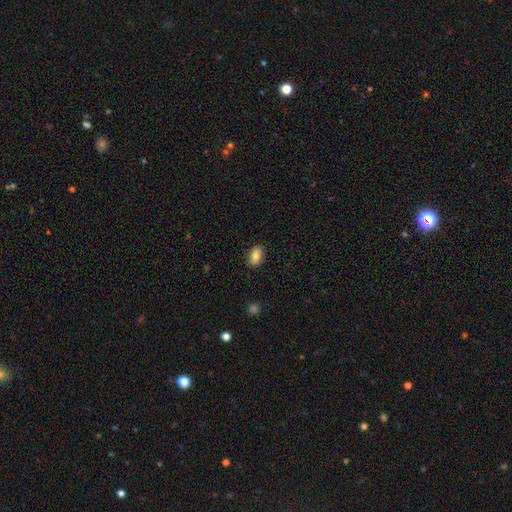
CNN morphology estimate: Smooth or featured? smooth (82%)
How rounded? in between (87%)
Merging? none (84%)